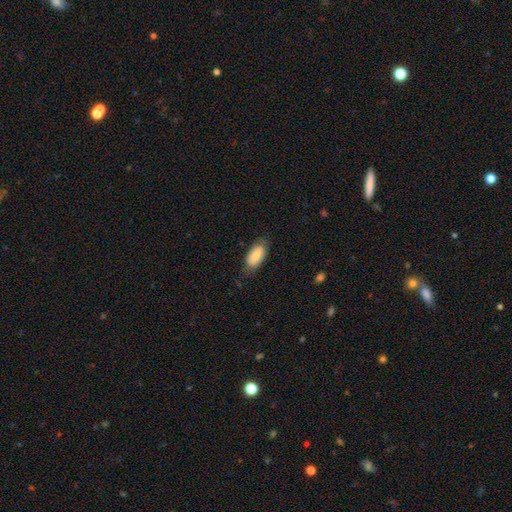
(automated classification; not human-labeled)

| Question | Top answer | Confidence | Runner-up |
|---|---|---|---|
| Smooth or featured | smooth | 82% | featured or disk (11%) |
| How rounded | in between | 93% | cigar-shaped (5%) |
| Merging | none | 70% | minor disturbance (22%) |